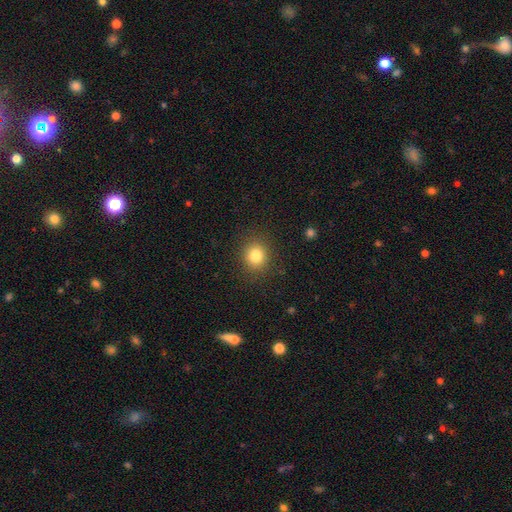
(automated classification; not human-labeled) Morphology: type=smooth (81%); roundness=round (82%); merging=none (88%).